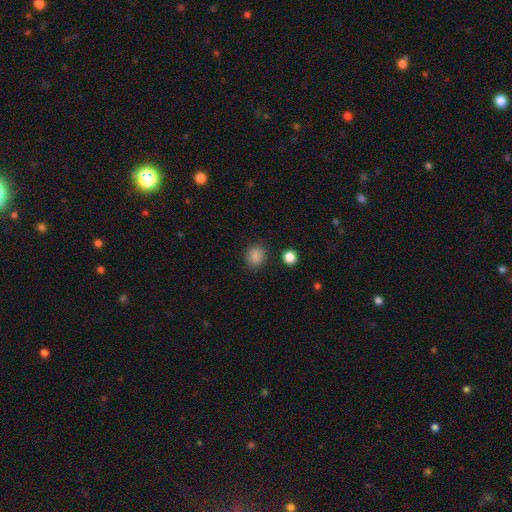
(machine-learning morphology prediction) type=smooth (86%); roundness=round (80%); merging=none (88%).